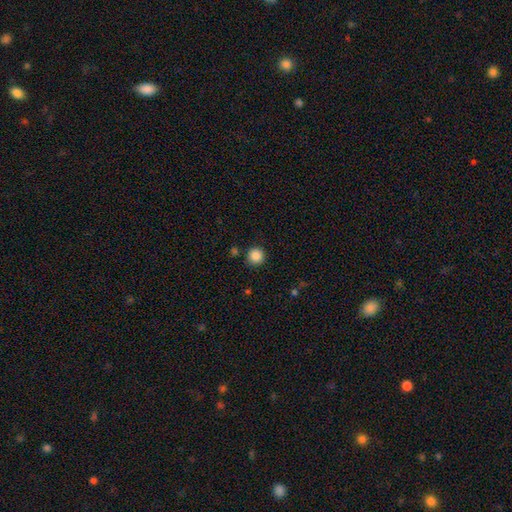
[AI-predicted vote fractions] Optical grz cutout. It shows a smooth galaxy with no disk features (87%) that is round (96%). Merging: none (89%).